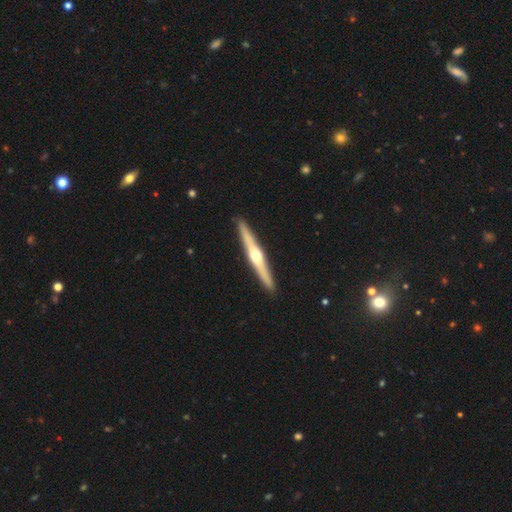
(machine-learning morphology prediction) The model was most divided on "smooth or featured": featured or disk: 71%, smooth: 24%, star or artifact: 5%. More confident: edge-on disk — yes (97%); merging — none (92%); edge-on bulge — rounded (92%).